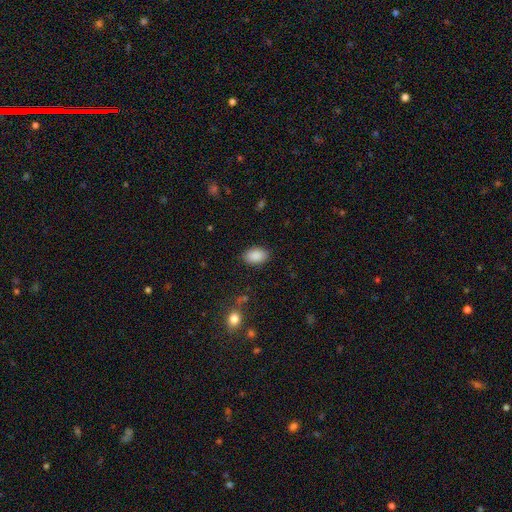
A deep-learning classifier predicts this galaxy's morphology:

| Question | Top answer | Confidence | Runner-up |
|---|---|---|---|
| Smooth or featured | smooth | 89% | star or artifact (7%) |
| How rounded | in between | 91% | round (7%) |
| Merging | none | 87% | minor disturbance (9%) |